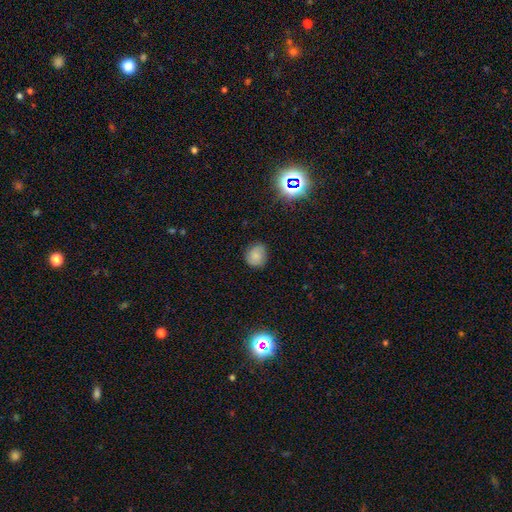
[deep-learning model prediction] Smooth or featured? Predicted: smooth (p=0.74). How rounded? Predicted: round (p=0.79). Merging? Predicted: none (p=0.79).